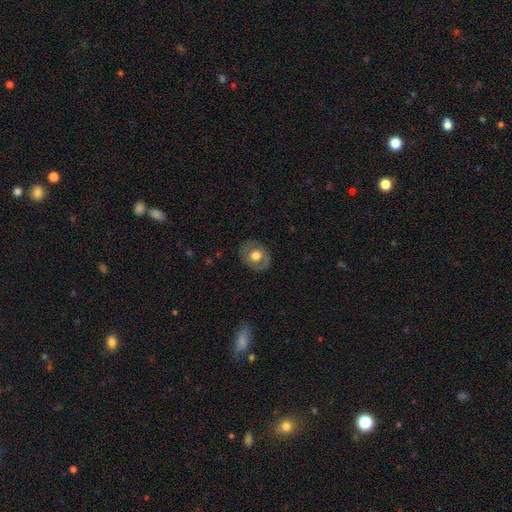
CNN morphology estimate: This is possibly a smooth galaxy (51%). How rounded: possibly round (59%). Merging: clearly none (81%).